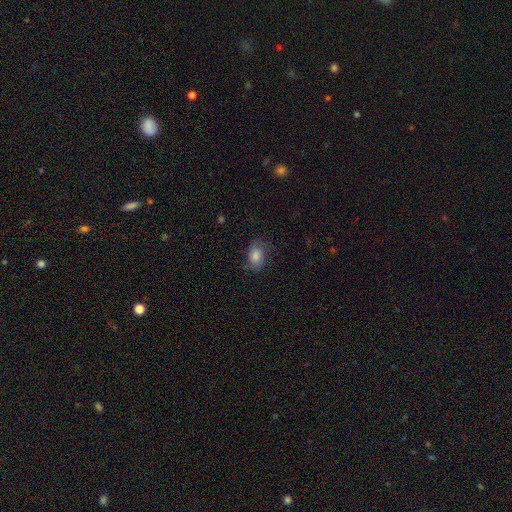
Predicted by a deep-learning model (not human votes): Smooth or featured? smooth (68%)
How rounded? in between (76%)
Merging? none (66%)